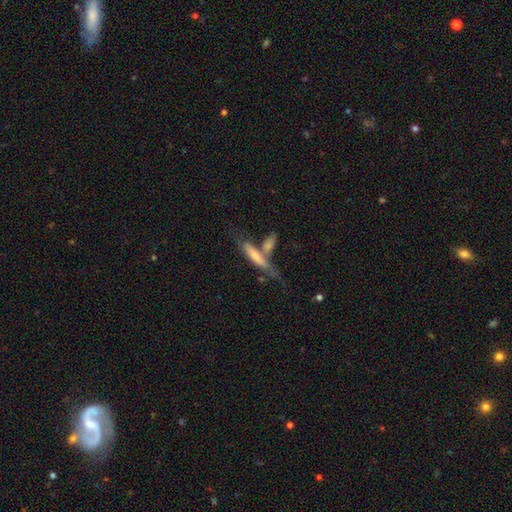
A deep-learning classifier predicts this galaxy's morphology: This is likely a smooth galaxy (60%). How rounded: likely cigar-shaped (79%). Merging: marginally none (41%).